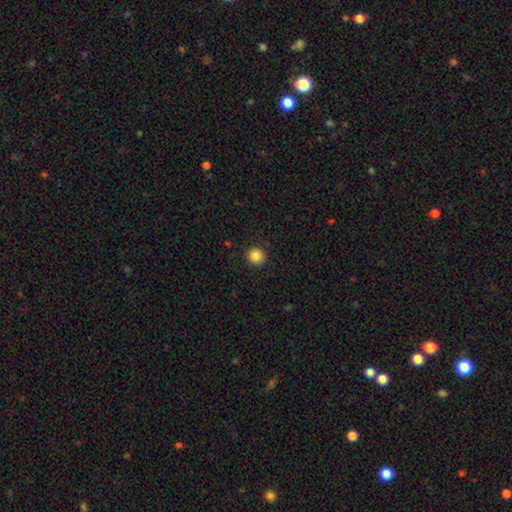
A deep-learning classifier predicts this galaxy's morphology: Smooth or featured?
  - smooth: 85% *
  - star or artifact: 10%
  - featured or disk: 4%
How rounded?
  - round: 94% *
  - in between: 5%
  - cigar-shaped: 1%
Merging?
  - none: 92% *
  - minor disturbance: 5%
  - major disturbance: 2%
  - merger: 1%